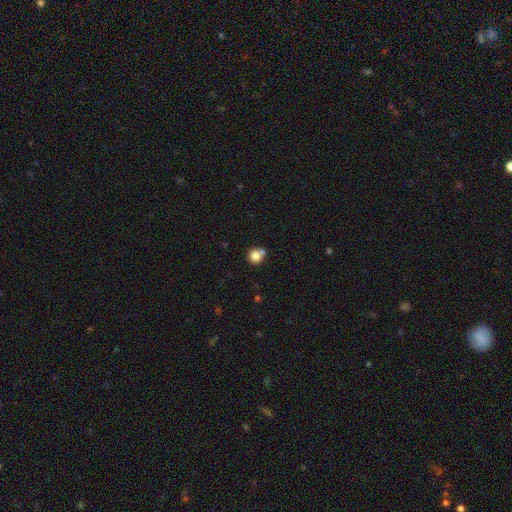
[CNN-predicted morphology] Smooth or featured? smooth (81%)
How rounded? round (89%)
Merging? none (57%)